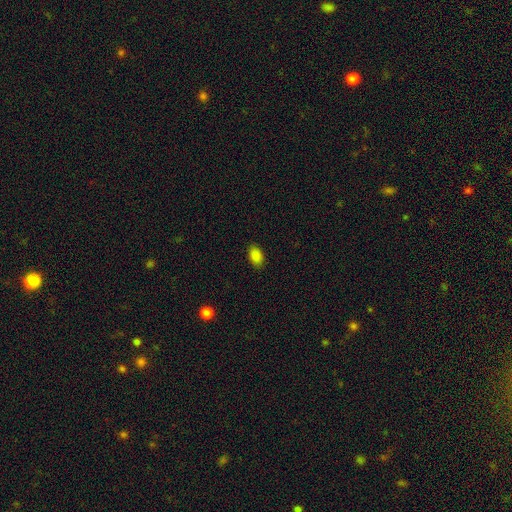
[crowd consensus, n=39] smooth-or-featured: smooth: 87% | star or artifact: 8% | featured or disk: 5%
  how-rounded: in between: 91% | round: 6% | cigar-shaped: 3%
  merging: none: 89% | minor disturbance: 8% | major disturbance: 3% | merger: 0%